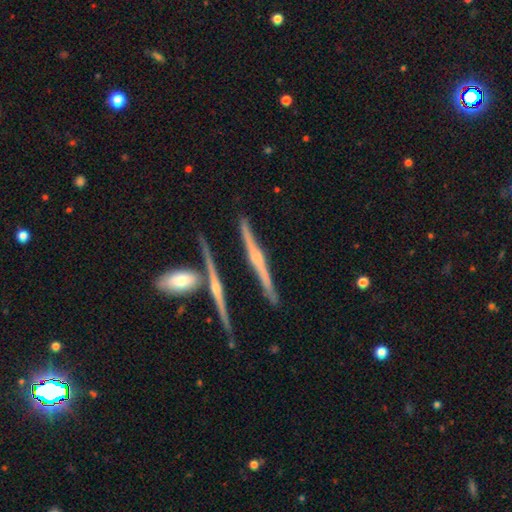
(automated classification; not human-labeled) Smooth or featured? featured or disk (85%)
Edge-on disk? yes (96%)
Edge-on bulge? rounded (79%)
Merging? none (75%)